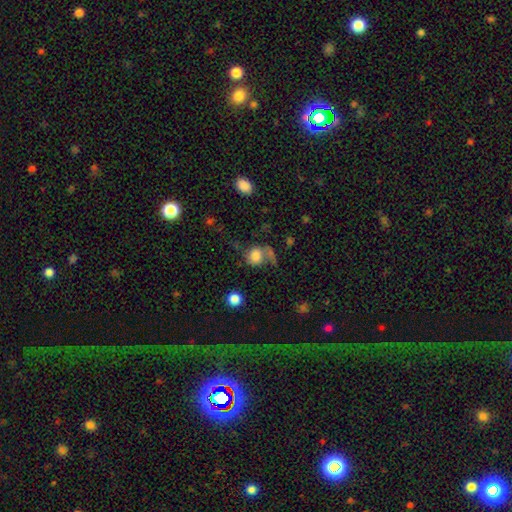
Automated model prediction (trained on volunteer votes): This is likely a smooth galaxy (71%). How rounded: likely round (73%). Merging: marginally none (39%).